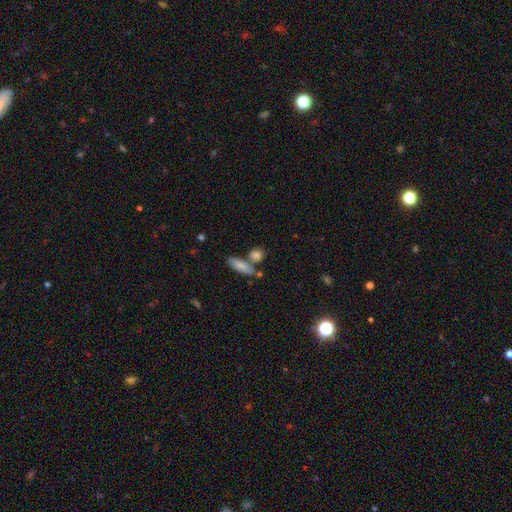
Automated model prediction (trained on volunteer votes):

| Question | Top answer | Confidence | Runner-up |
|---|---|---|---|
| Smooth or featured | smooth | 79% | star or artifact (11%) |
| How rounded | in between | 42% | round (40%) |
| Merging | none | 62% | merger (23%) |